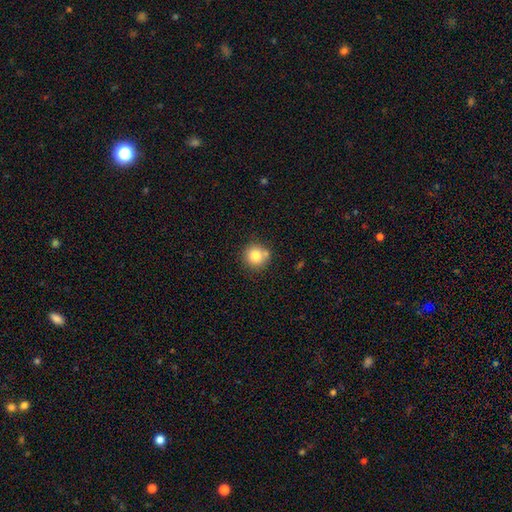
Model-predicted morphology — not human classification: Smooth or featured? smooth (80%)
How rounded? round (92%)
Merging? none (72%)